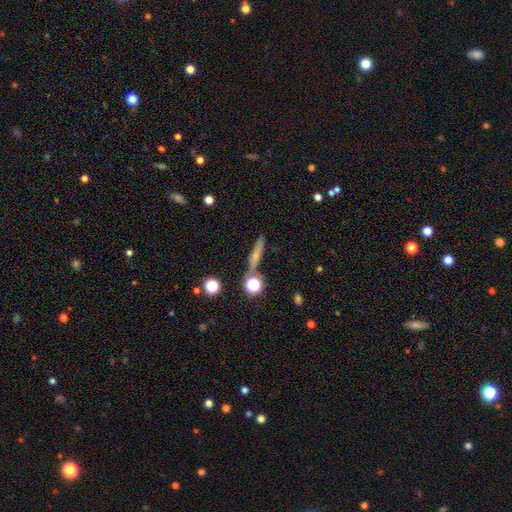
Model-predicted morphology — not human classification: The model was most divided on "smooth or featured": smooth: 48%, featured or disk: 37%, star or artifact: 16%. More confident: merging — none (75%).